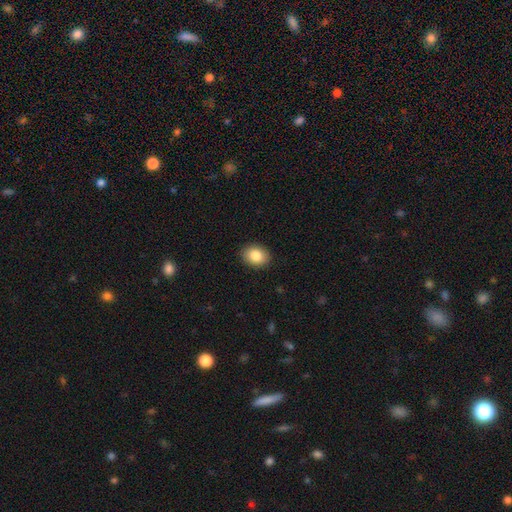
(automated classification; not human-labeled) This appears to be a smooth galaxy with no disk features (86%) that is in between round and cigar-shaped (63%). Merging: none (90%).